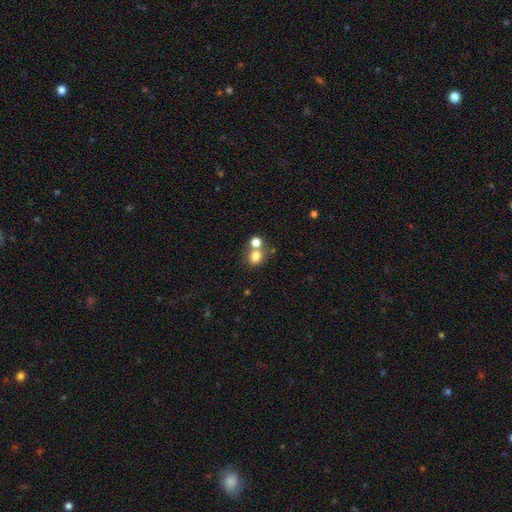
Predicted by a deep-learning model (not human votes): Q: Smooth or featured?
A: smooth (77%); runner-up: star or artifact (14%)
Q: How rounded?
A: round (68%); runner-up: in between (31%)
Q: Merging?
A: none (52%); runner-up: merger (35%)